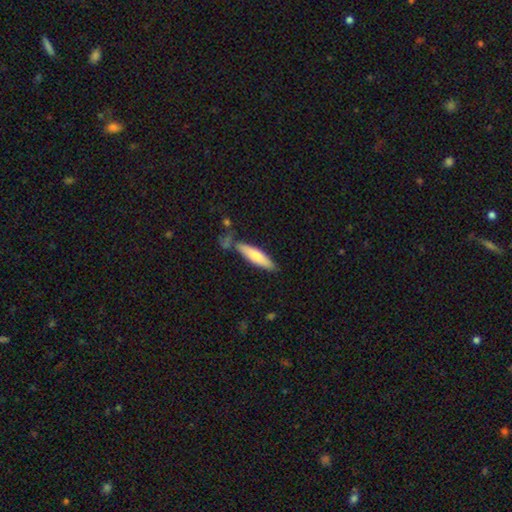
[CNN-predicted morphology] Smooth or featured? smooth (69%)
How rounded? cigar-shaped (71%)
Merging? none (72%)